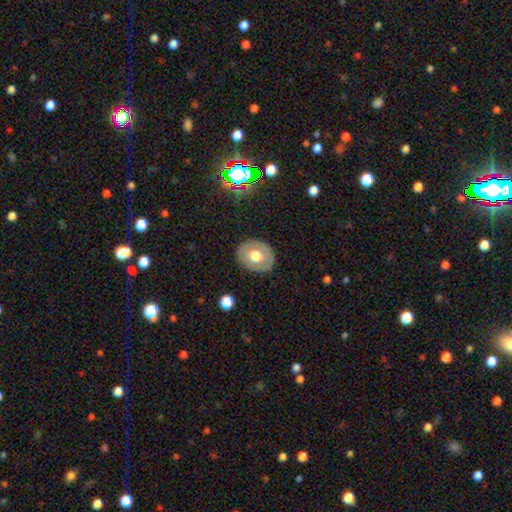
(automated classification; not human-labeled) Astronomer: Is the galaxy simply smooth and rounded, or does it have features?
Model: smooth — 57% (runner-up: featured or disk, 36%).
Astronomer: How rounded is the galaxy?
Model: round — 54% (runner-up: in between, 45%).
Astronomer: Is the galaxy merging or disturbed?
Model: none — 85%.